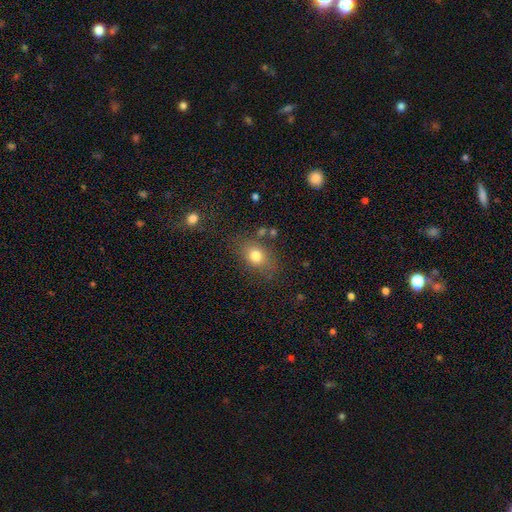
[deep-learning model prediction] smooth-or-featured: smooth: 77% | star or artifact: 12% | featured or disk: 11%
  how-rounded: in between: 63% | round: 35% | cigar-shaped: 2%
  merging: none: 73% | minor disturbance: 16% | major disturbance: 6% | merger: 5%